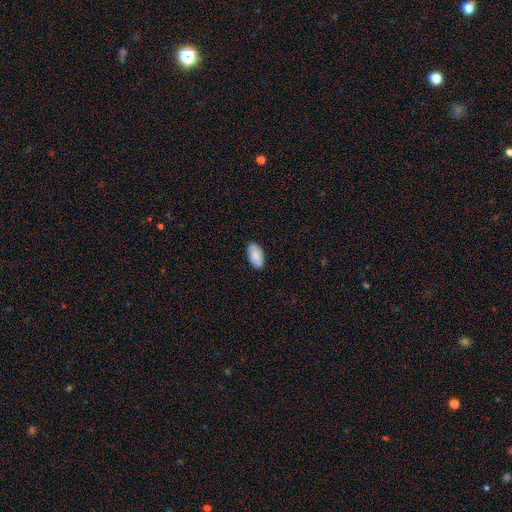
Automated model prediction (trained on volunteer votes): Smooth or featured? smooth (84%)
How rounded? in between (95%)
Merging? none (84%)